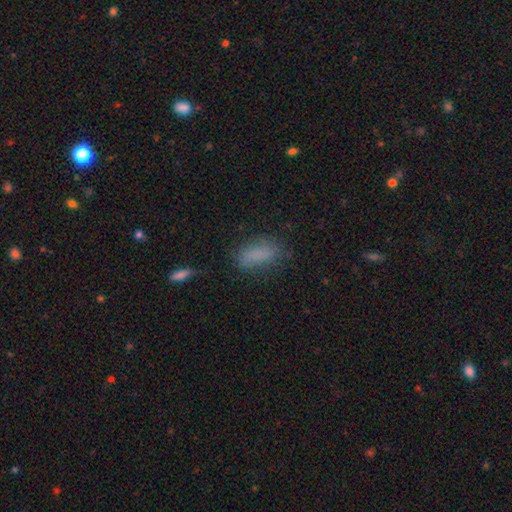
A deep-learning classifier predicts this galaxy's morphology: Smooth or featured?
  - smooth: 81% *
  - star or artifact: 10%
  - featured or disk: 9%
How rounded?
  - in between: 78% *
  - cigar-shaped: 19%
  - round: 4%
Merging?
  - none: 68% *
  - minor disturbance: 21%
  - major disturbance: 8%
  - merger: 3%